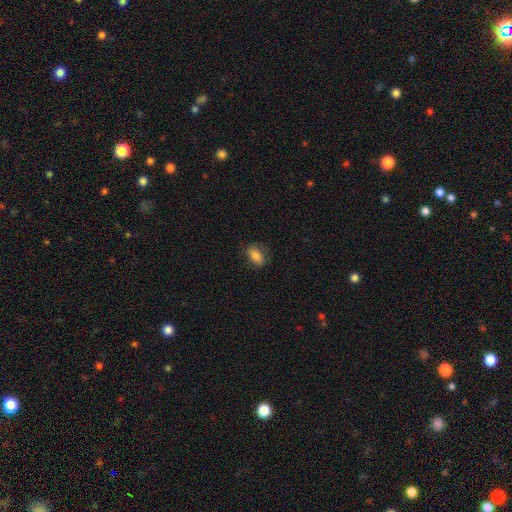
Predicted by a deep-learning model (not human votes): Morphology: type=smooth (80%); roundness=in between (86%); merging=none (78%).